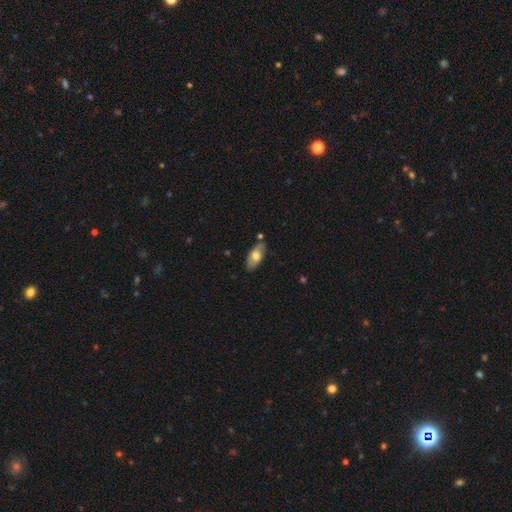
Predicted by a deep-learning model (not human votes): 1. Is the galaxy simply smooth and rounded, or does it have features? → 62% smooth, 32% featured or disk, 6% star or artifact.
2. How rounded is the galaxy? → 90% in between, 7% cigar-shaped, 3% round.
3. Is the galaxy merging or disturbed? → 76% none, 16% minor disturbance, 4% merger, 3% major disturbance.